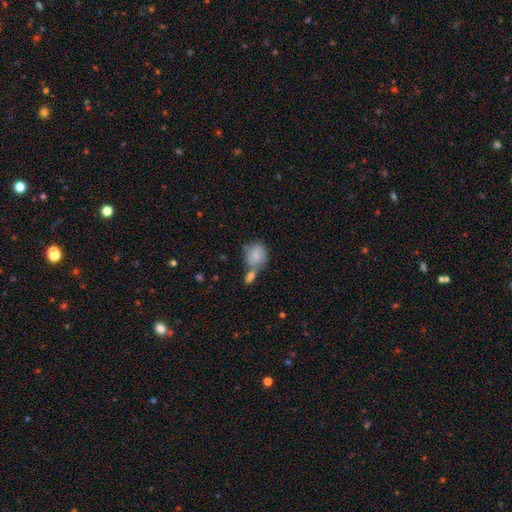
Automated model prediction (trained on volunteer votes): Morphology: type=smooth (80%); roundness=round (75%); merging=merger (42%).